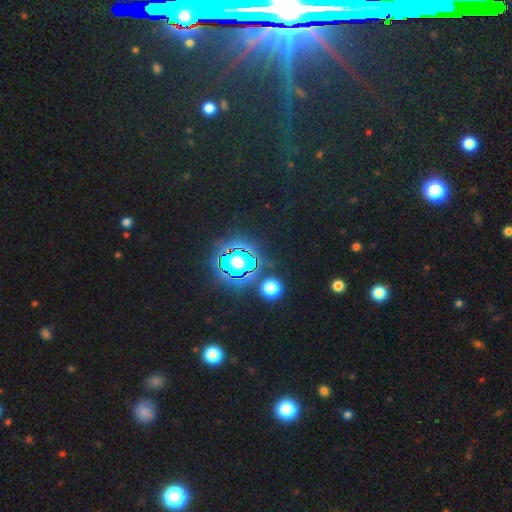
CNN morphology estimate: type=star or artifact (81%).